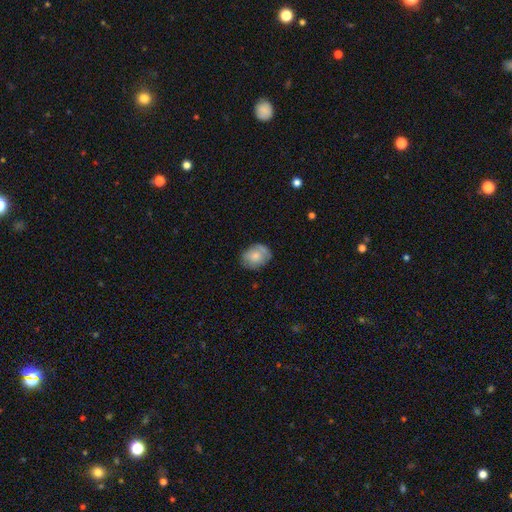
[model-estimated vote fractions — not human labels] Smooth or featured: smooth — 72% (featured or disk — 20%)
How rounded: in between — 61% (round — 38%)
Merging: none — 69% (minor disturbance — 24%)